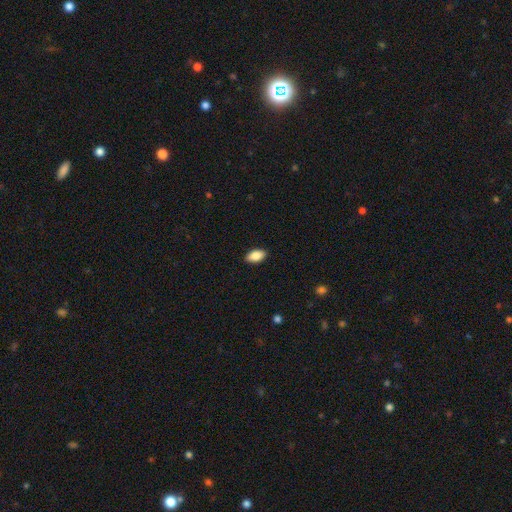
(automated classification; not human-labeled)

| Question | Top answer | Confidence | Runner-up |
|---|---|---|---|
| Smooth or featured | smooth | 88% | star or artifact (7%) |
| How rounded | in between | 93% | round (4%) |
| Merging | none | 90% | minor disturbance (8%) |